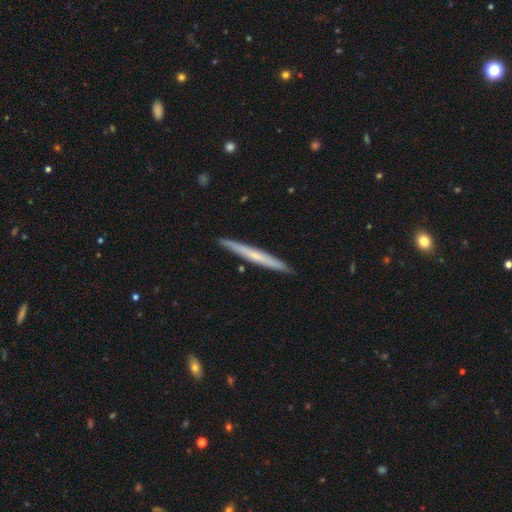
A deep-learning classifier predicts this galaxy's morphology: Overall: featured or disk (48%; smooth 47%). Merging: none (91%).